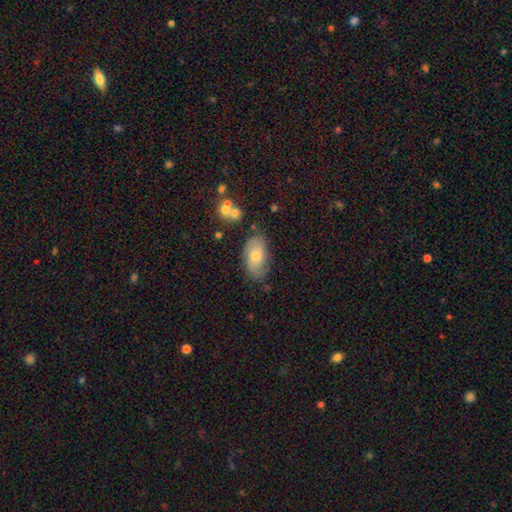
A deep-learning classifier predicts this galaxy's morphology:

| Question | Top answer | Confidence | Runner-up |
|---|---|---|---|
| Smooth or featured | featured or disk | 47% | smooth (44%) |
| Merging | none | 69% | minor disturbance (22%) |